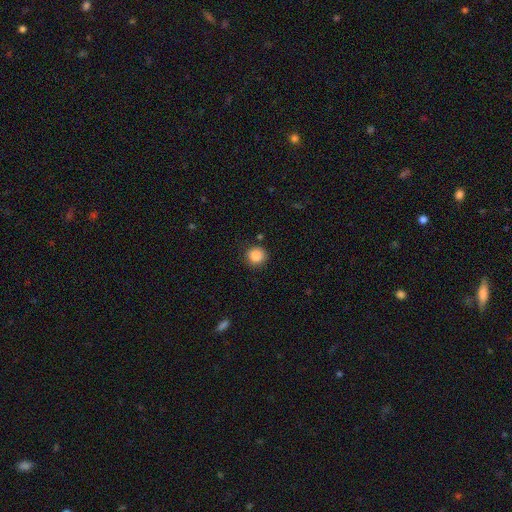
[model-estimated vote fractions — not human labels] Smooth or featured: smooth — 86% (star or artifact — 10%)
How rounded: round — 91% (in between — 8%)
Merging: none — 87% (minor disturbance — 8%)